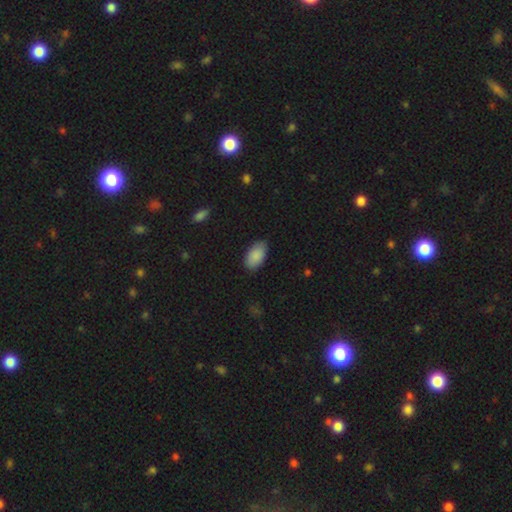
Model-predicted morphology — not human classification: Smooth or featured: smooth — 89% (star or artifact — 6%)
How rounded: in between — 95% (round — 3%)
Merging: none — 83% (minor disturbance — 13%)